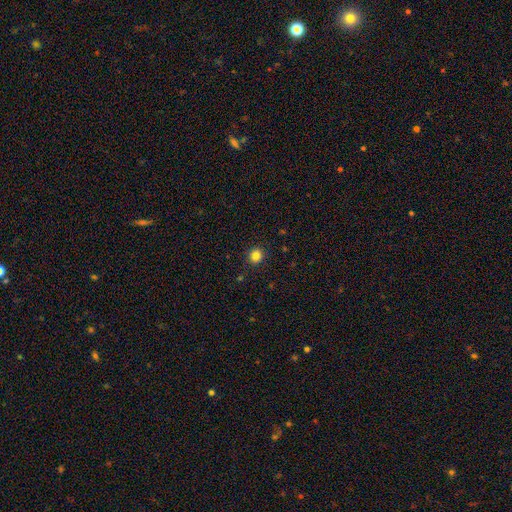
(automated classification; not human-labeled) Q: Smooth or featured?
A: smooth (84%); runner-up: star or artifact (12%)
Q: How rounded?
A: round (89%); runner-up: in between (10%)
Q: Merging?
A: none (91%); runner-up: minor disturbance (6%)